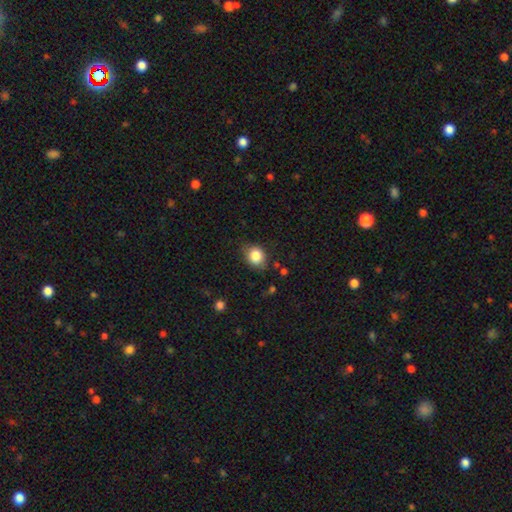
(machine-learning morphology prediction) type=smooth (84%); roundness=round (61%); merging=none (76%).